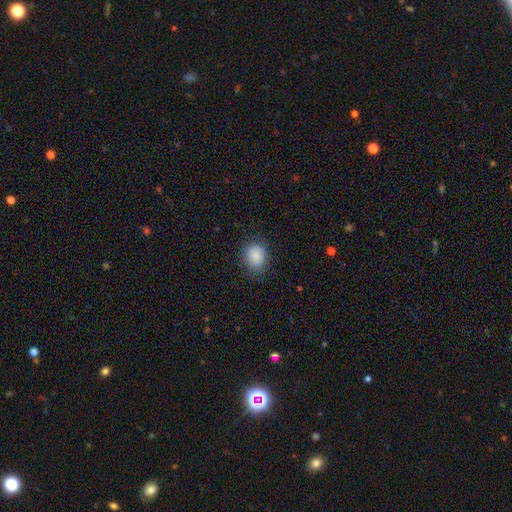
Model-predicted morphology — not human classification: smooth 87%, star or artifact 8%, featured or disk 4%. Down the decision tree: how rounded — round (63%); merging — none (82%).